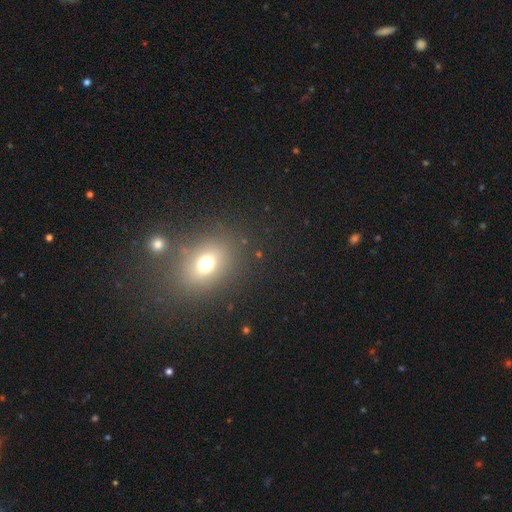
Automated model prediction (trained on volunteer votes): Smooth or featured: smooth — 60% (star or artifact — 27%)
How rounded: in between — 55% (round — 43%)
Merging: none — 74% (merger — 11%)